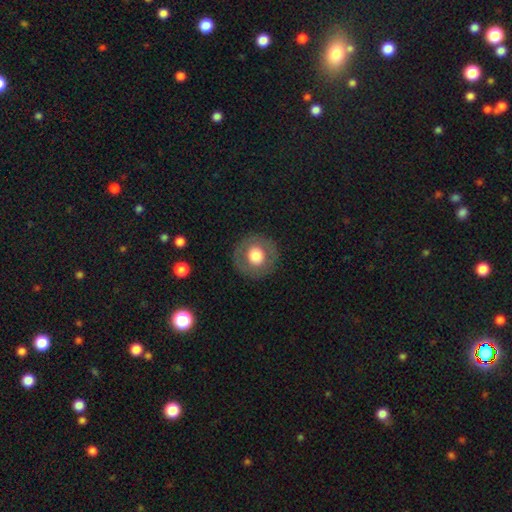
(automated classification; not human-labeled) This appears to be a smooth galaxy with no disk features (67%) that is round (95%). Merging: none (88%).